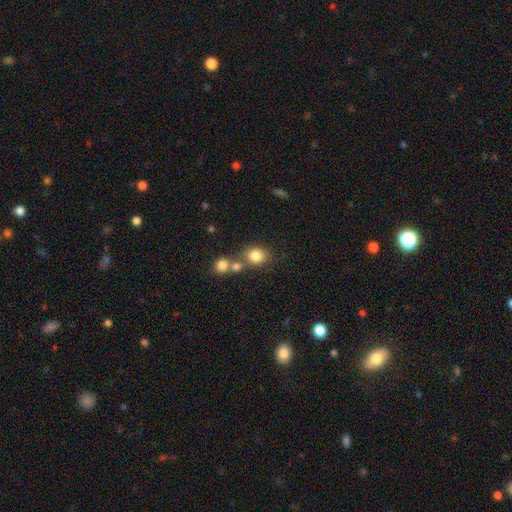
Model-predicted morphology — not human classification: smooth_or_featured: smooth (p=0.82) [alt: star or artifact p=0.11]
how_rounded: round (p=0.66) [alt: in between p=0.33]
merging: none (p=0.56) [alt: merger p=0.29]